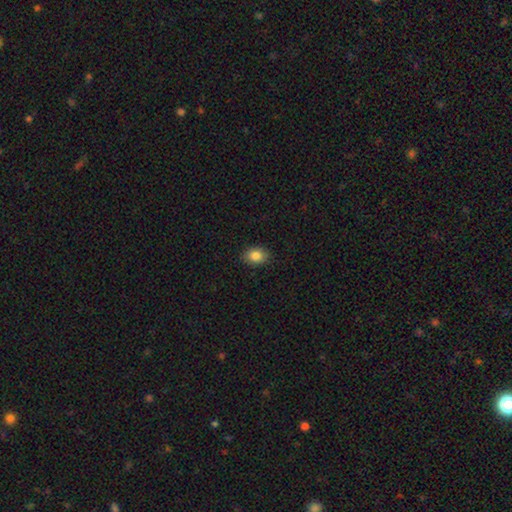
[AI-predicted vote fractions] Smooth or featured?
  - smooth: 85% *
  - star or artifact: 9%
  - featured or disk: 6%
How rounded?
  - in between: 66% *
  - round: 33%
  - cigar-shaped: 1%
Merging?
  - none: 87% *
  - minor disturbance: 9%
  - major disturbance: 2%
  - merger: 1%